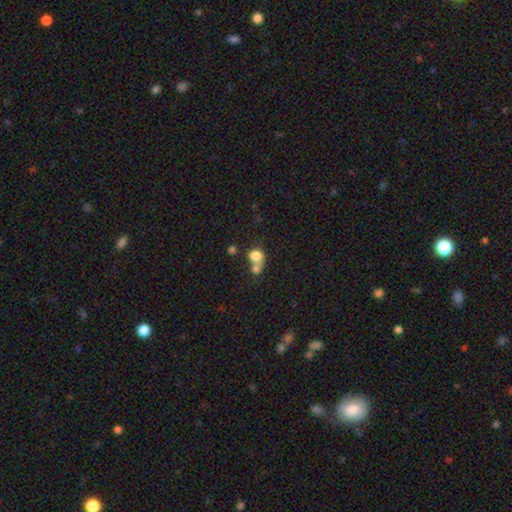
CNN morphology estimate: smooth 75%, featured or disk 14%, star or artifact 10%. Down the decision tree: how rounded — round (49%, tied with in between); merging — merger (64%).